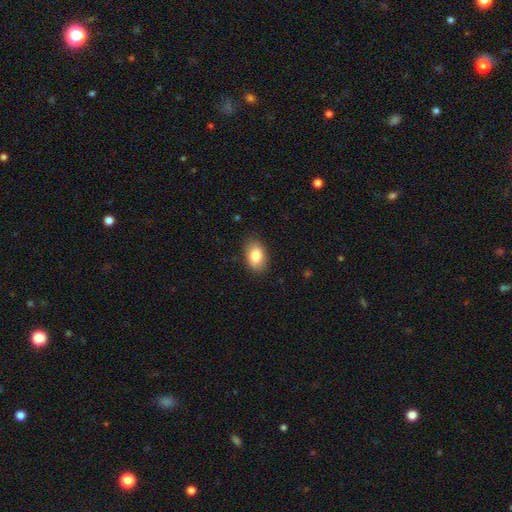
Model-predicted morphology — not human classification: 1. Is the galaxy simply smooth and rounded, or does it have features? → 82% smooth, 10% featured or disk, 7% star or artifact.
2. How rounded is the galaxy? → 88% in between, 11% round, 1% cigar-shaped.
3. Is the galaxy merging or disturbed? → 85% none, 12% minor disturbance, 3% major disturbance, 1% merger.